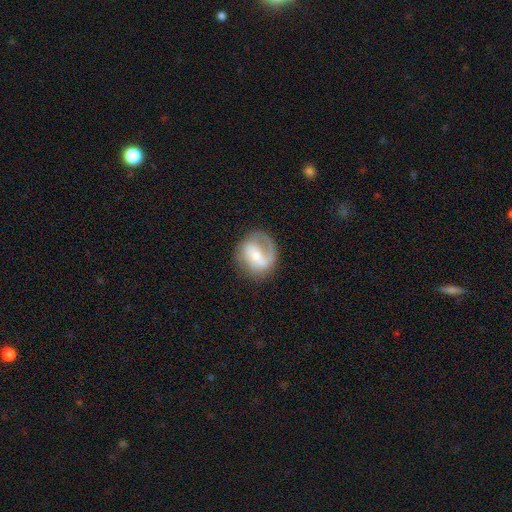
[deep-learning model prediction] Overall: featured or disk (69%). Edge-on disk: no (97%). Bar: weak (44%; strong 29%). Spiral arms: yes (85%). Spiral arm count: 1 (45%; 2 43%). Spiral winding: medium (43%; loose 33%). Bulge size: small (56%; moderate 35%). Merging: none (63%).